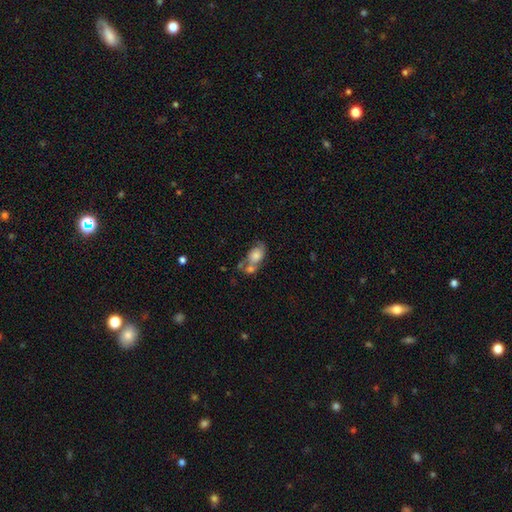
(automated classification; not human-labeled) smooth 62%, featured or disk 29%, star or artifact 9%. Down the decision tree: how rounded — in between (76%); merging — merger (49%).